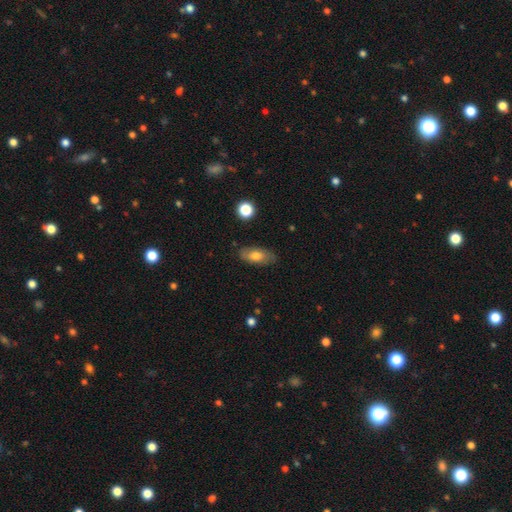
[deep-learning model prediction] Smooth or featured?
  - smooth: 72% *
  - featured or disk: 21%
  - star or artifact: 7%
How rounded?
  - in between: 86% *
  - cigar-shaped: 10%
  - round: 4%
Merging?
  - none: 80% *
  - minor disturbance: 15%
  - major disturbance: 3%
  - merger: 2%